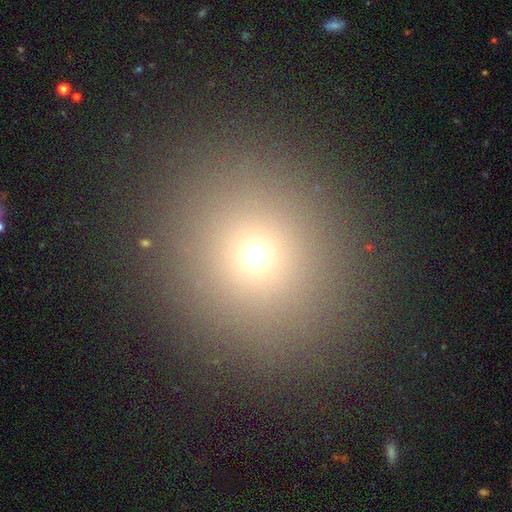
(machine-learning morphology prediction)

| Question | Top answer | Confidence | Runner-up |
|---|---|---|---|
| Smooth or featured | smooth | 67% | star or artifact (23%) |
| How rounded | round | 89% | in between (10%) |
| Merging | none | 89% | minor disturbance (6%) |